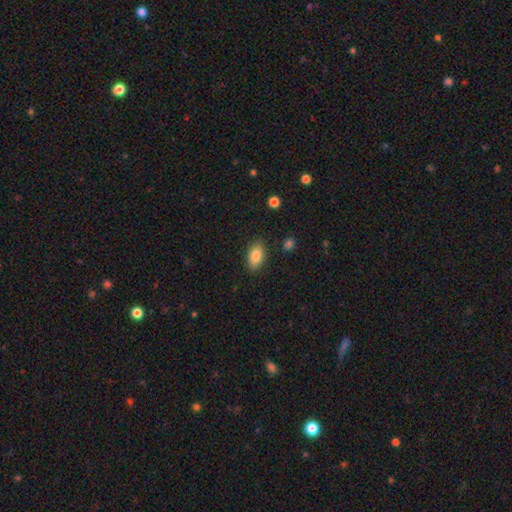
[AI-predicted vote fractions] Q: Smooth or featured?
A: smooth (85%); runner-up: star or artifact (8%)
Q: How rounded?
A: in between (91%); runner-up: round (6%)
Q: Merging?
A: none (86%); runner-up: minor disturbance (10%)